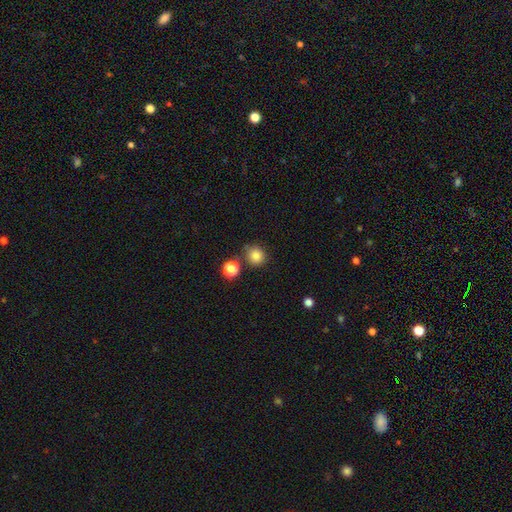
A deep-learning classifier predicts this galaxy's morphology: This appears to be a smooth galaxy with no disk features (83%) that is round (88%). Merging: none (75%).